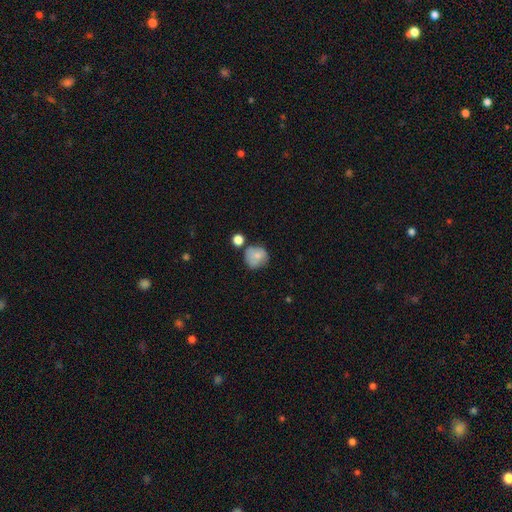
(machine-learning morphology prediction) smooth-or-featured: smooth: 75% | featured or disk: 16% | star or artifact: 9%
  how-rounded: round: 84% | in between: 15% | cigar-shaped: 1%
  merging: none: 57% | minor disturbance: 23% | merger: 13% | major disturbance: 6%